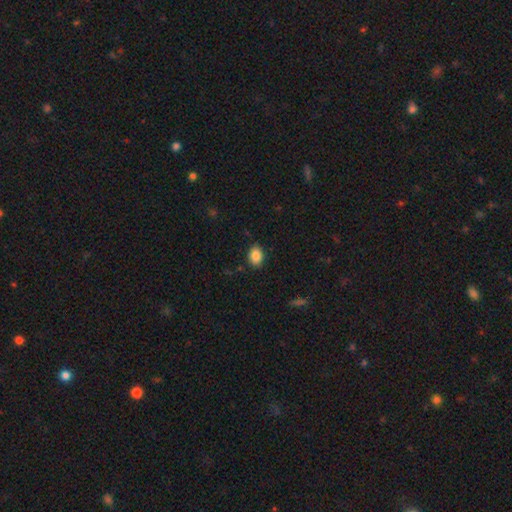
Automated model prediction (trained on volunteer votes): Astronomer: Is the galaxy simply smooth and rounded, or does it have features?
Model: smooth — 87%.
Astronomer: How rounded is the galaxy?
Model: in between — 72%.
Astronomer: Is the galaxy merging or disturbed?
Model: none — 87%.